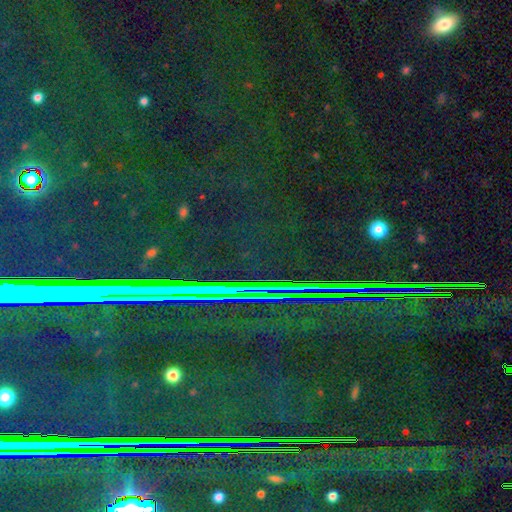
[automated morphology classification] type=star or artifact (88%).